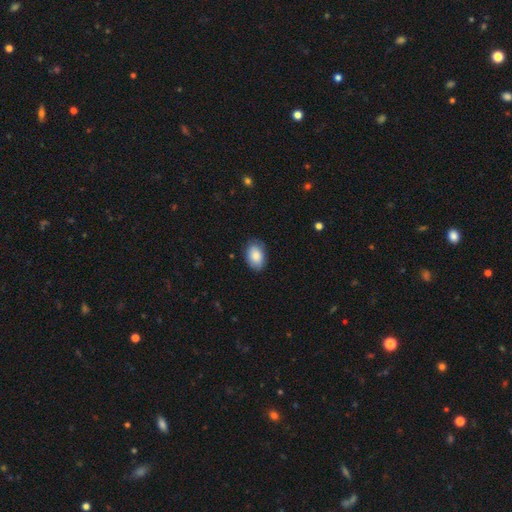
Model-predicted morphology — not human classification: Smooth or featured? smooth (87%)
How rounded? in between (87%)
Merging? none (82%)